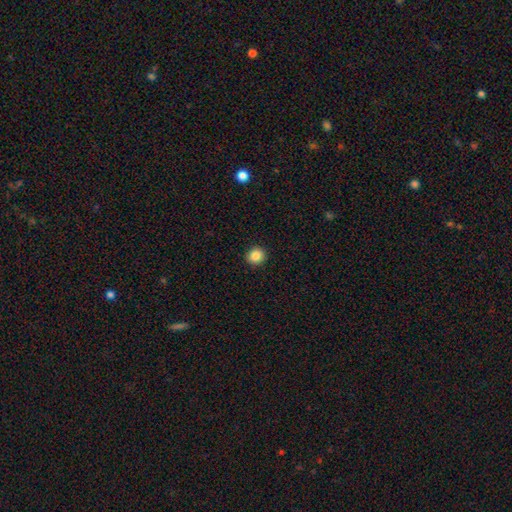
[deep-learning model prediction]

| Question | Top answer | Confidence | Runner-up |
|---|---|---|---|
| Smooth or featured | smooth | 87% | star or artifact (10%) |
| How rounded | round | 87% | in between (13%) |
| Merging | none | 92% | minor disturbance (5%) |